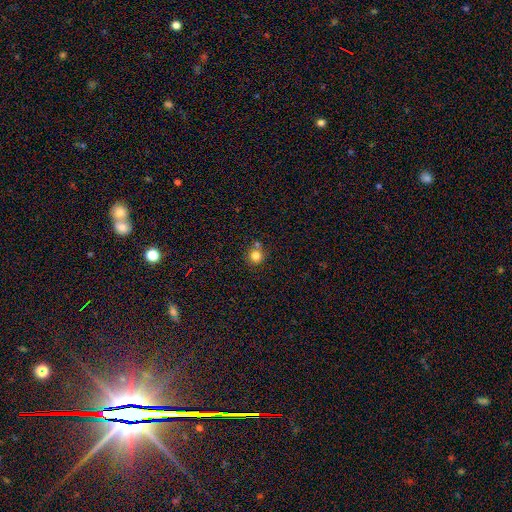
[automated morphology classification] type=smooth (82%); roundness=round (92%); merging=none (70%).